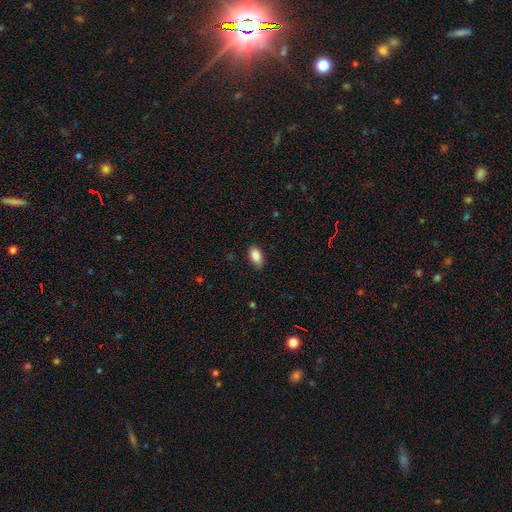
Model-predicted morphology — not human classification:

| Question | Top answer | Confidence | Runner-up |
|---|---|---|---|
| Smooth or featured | smooth | 89% | star or artifact (7%) |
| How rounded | in between | 93% | round (4%) |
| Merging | none | 81% | minor disturbance (15%) |